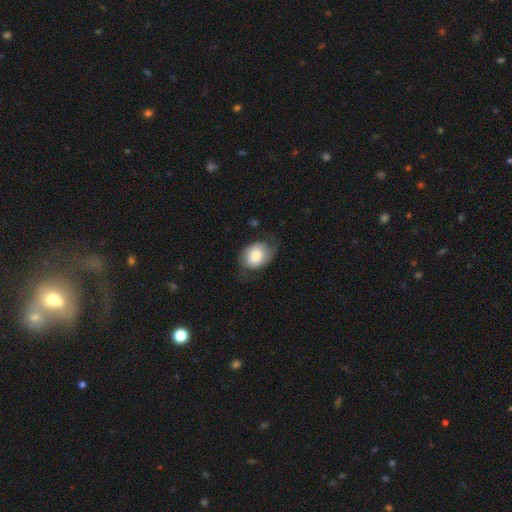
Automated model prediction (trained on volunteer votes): Smooth or featured?
  - smooth: 74% *
  - featured or disk: 19%
  - star or artifact: 7%
How rounded?
  - in between: 65% *
  - round: 34%
  - cigar-shaped: 1%
Merging?
  - none: 57% *
  - minor disturbance: 29%
  - major disturbance: 12%
  - merger: 1%